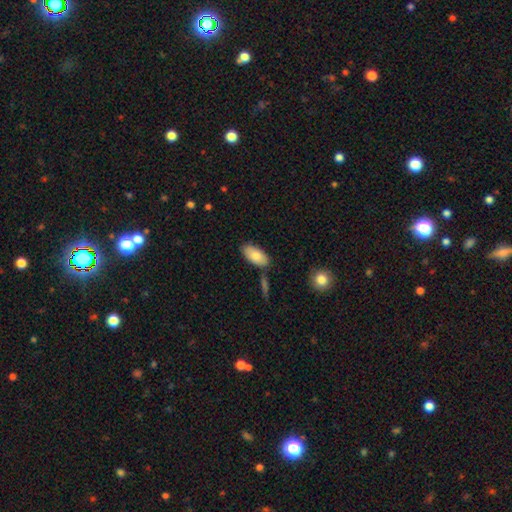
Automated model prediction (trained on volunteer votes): Morphology: type=smooth (80%); roundness=in between (93%); merging=none (79%).